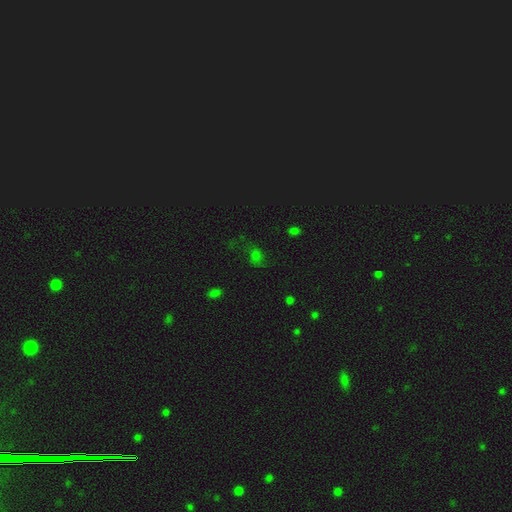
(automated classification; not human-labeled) Q: Smooth or featured?
A: smooth (52%); runner-up: star or artifact (33%)
Q: How rounded?
A: in between (55%); runner-up: round (43%)
Q: Merging?
A: none (53%); runner-up: minor disturbance (23%)